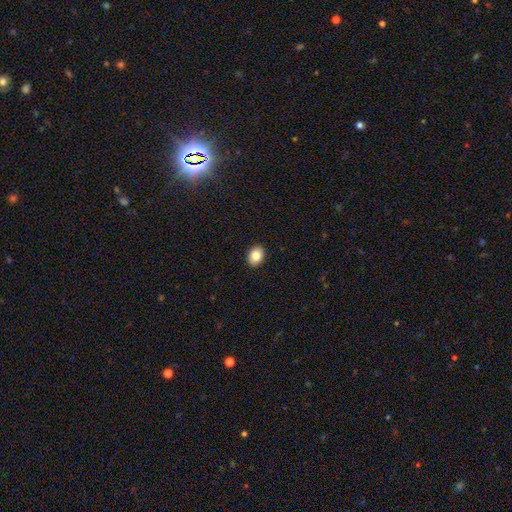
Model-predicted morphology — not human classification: smooth_or_featured: smooth (p=0.85) [alt: star or artifact p=0.09]
how_rounded: in between (p=0.60) [alt: round p=0.39]
merging: none (p=0.91) [alt: minor disturbance p=0.06]